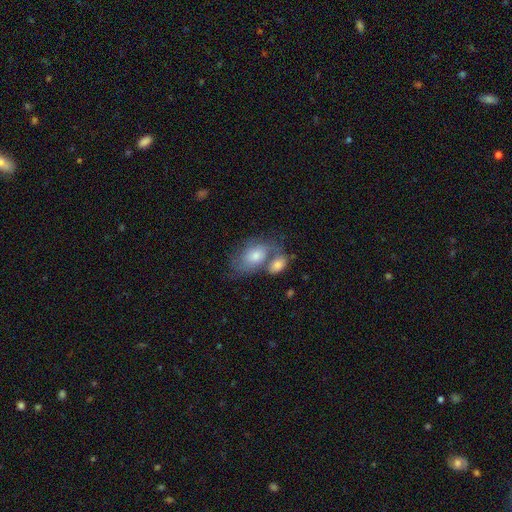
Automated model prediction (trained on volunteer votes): Overall: smooth (57%; featured or disk 34%). How rounded: in between (83%). Merging: merger (47%; none 31%).